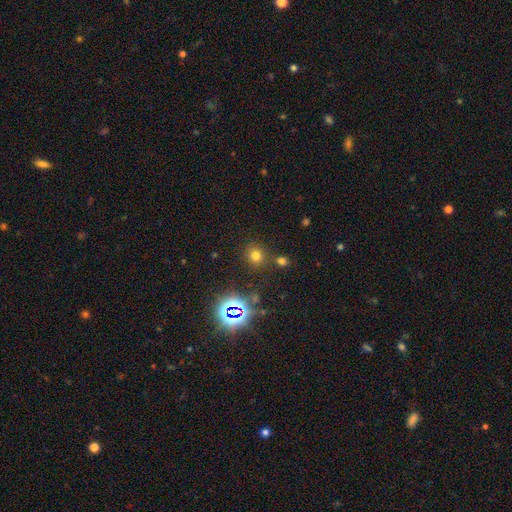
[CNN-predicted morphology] type=smooth (65%); roundness=round (86%); merging=none (79%).